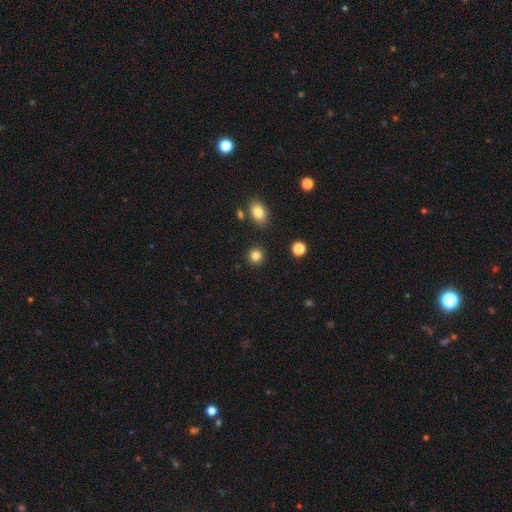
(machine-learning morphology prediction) smooth 84%, star or artifact 12%, featured or disk 4%. Down the decision tree: how rounded — round (90%); merging — none (90%).